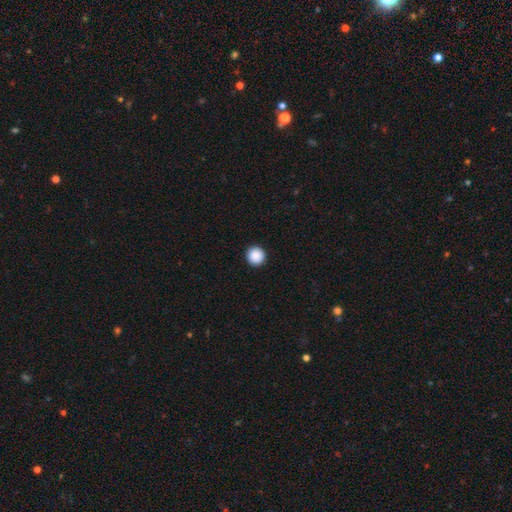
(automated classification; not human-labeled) A smooth galaxy with no disk features (89%) that is round (96%).

Vote fractions:
- Smooth or featured? smooth: 89% / star or artifact: 8% / featured or disk: 2%
- How rounded? round: 96% / in between: 3% / cigar-shaped: 1%
- Merging? none: 94% / minor disturbance: 4% / major disturbance: 1% / merger: 1%